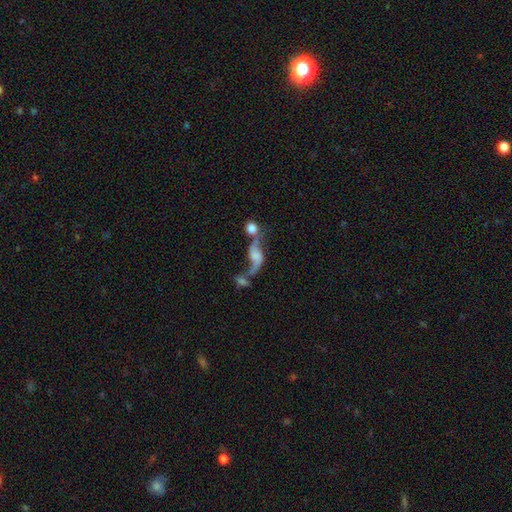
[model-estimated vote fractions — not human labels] Morphology: type=featured or disk (64%); edge-on=no (92%); bar=no (63%); spiral arms=yes (79%); bulge=none (38%); merging=merger (50%).